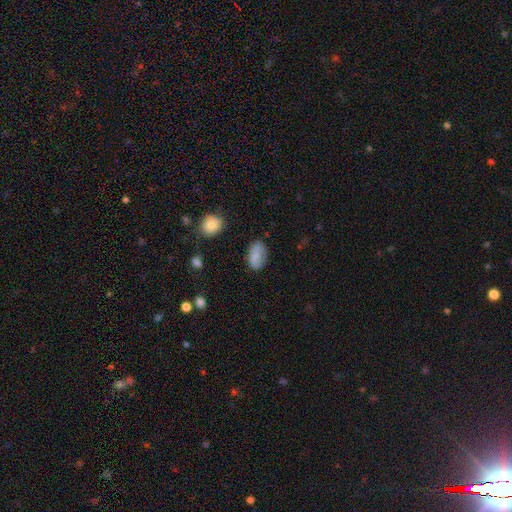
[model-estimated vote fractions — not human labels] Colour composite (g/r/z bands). It shows a smooth galaxy with no disk features (80%) that is in between round and cigar-shaped (91%). Merging: none (75%).